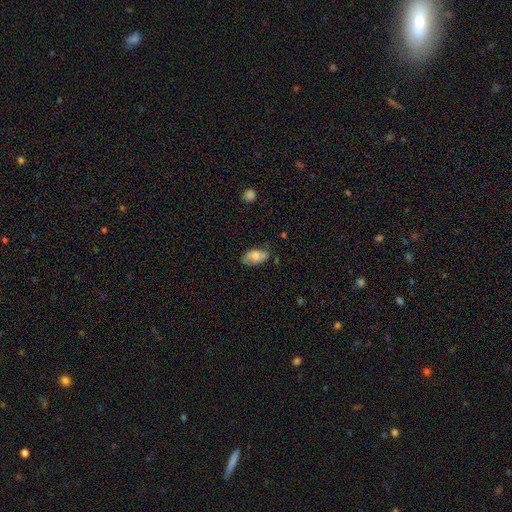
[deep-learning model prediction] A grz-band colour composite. It shows a smooth galaxy with no disk features (67%) that is in between round and cigar-shaped (93%). Merging: none (68%).